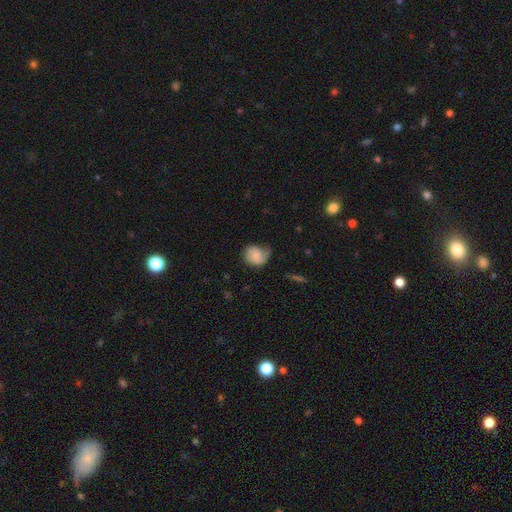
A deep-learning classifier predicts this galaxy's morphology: Smooth or featured?
  - smooth: 59% *
  - featured or disk: 33%
  - star or artifact: 8%
How rounded?
  - round: 68% *
  - in between: 31%
  - cigar-shaped: 1%
Merging?
  - none: 47% *
  - minor disturbance: 31%
  - major disturbance: 20%
  - merger: 2%